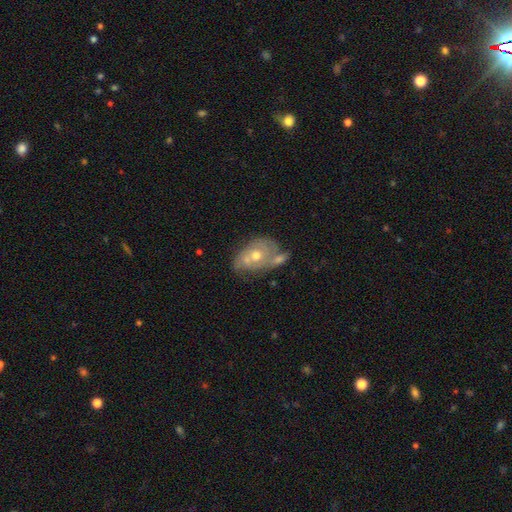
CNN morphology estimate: featured or disk 63%, smooth 29%, star or artifact 8%. Down the decision tree: edge-on disk — no (95%); bar — no (82%); spiral arms — yes (64%); bulge size — moderate (72%); merging — none (35%).